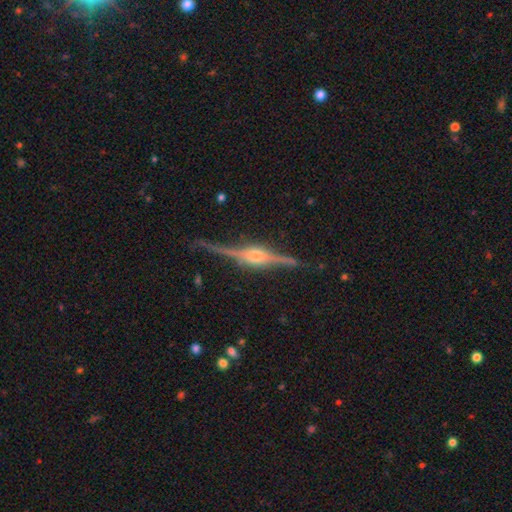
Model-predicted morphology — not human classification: Overall: featured or disk (89%). Edge-on disk: yes (98%). Edge-on bulge: rounded (88%). Merging: none (86%).